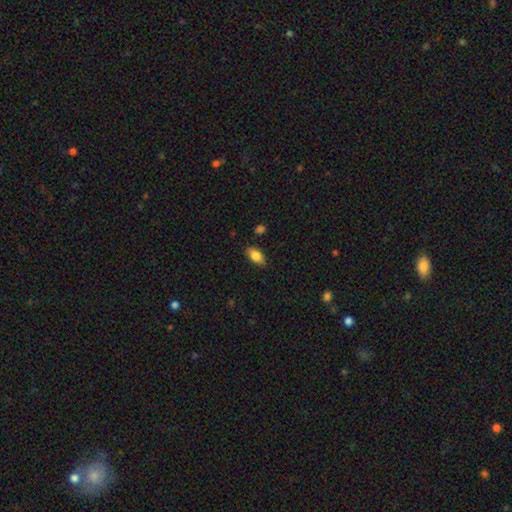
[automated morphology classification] This appears to be a smooth galaxy with no disk features (84%) that is in between round and cigar-shaped (91%). Merging: none (85%).